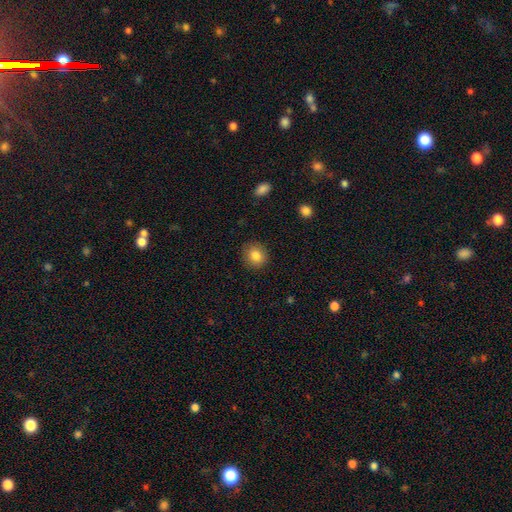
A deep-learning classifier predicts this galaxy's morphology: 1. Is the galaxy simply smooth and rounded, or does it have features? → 84% smooth, 10% star or artifact, 7% featured or disk.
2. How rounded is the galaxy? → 82% round, 18% in between, 1% cigar-shaped.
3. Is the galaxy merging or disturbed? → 89% none, 8% minor disturbance, 2% major disturbance, 1% merger.